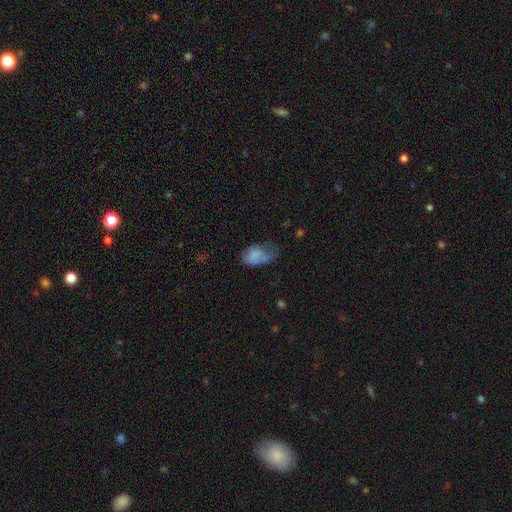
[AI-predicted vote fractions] Q: Smooth or featured?
A: smooth (70%); runner-up: featured or disk (20%)
Q: How rounded?
A: in between (86%); runner-up: round (12%)
Q: Merging?
A: major disturbance (34%); runner-up: minor disturbance (33%)